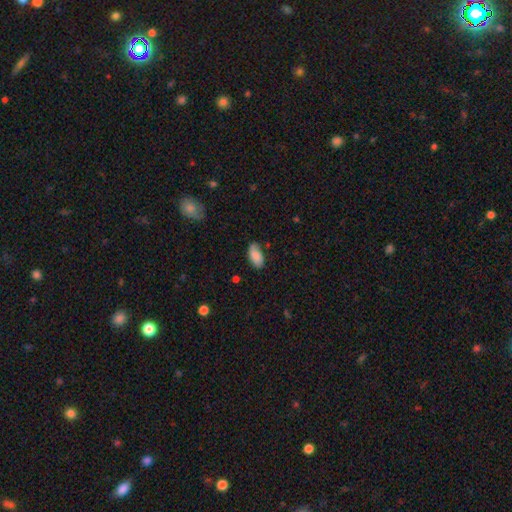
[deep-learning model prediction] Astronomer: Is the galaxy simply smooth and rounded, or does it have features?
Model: smooth — 85%.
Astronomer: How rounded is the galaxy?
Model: in between — 94%.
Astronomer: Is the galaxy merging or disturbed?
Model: none — 73%.